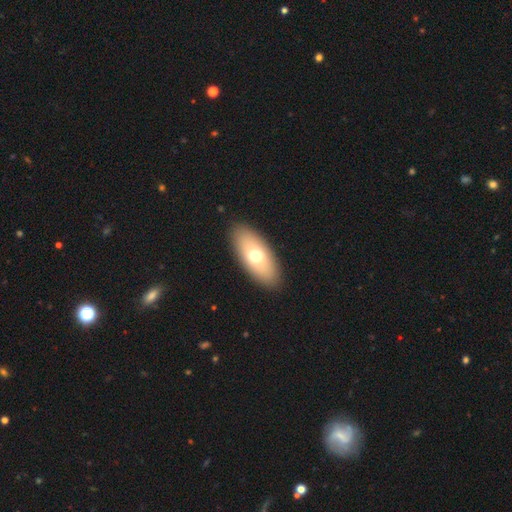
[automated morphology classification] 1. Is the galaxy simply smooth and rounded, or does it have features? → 65% smooth, 28% featured or disk, 7% star or artifact.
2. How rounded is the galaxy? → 86% in between, 10% cigar-shaped, 4% round.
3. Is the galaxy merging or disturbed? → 89% none, 8% minor disturbance, 3% major disturbance, 1% merger.